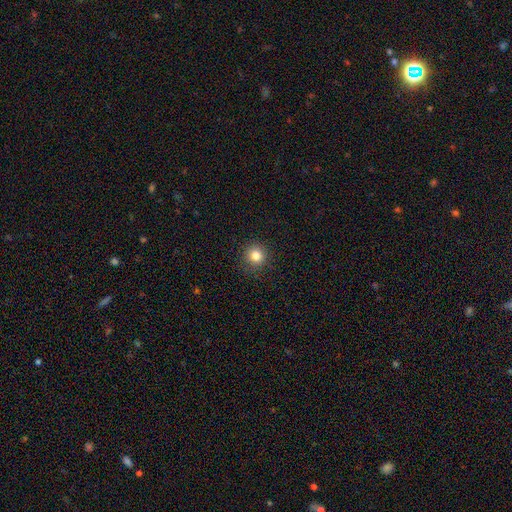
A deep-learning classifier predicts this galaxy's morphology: Smooth or featured?
  - smooth: 82% *
  - star or artifact: 12%
  - featured or disk: 5%
How rounded?
  - round: 93% *
  - in between: 6%
  - cigar-shaped: 1%
Merging?
  - none: 91% *
  - minor disturbance: 6%
  - major disturbance: 2%
  - merger: 1%